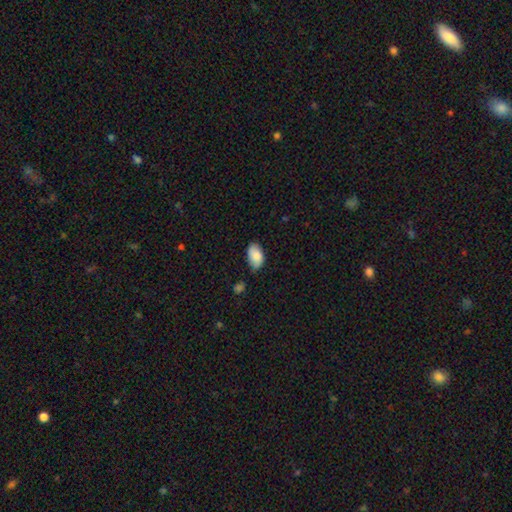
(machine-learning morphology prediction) This is clearly a smooth galaxy (85%). How rounded: clearly in between (93%). Merging: likely none (68%).